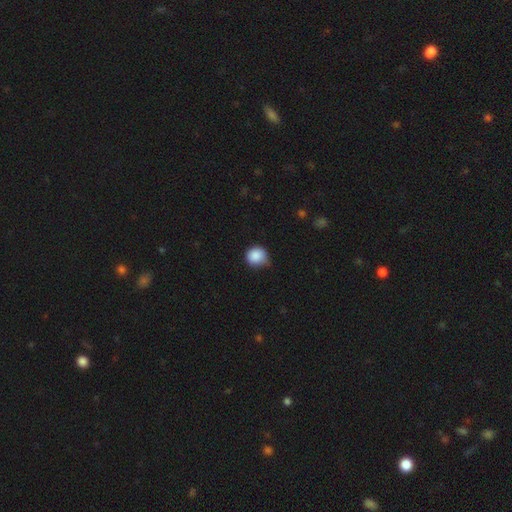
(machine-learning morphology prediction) This appears to be a smooth galaxy with no disk features (87%) that is round (87%). Merging: none (53%).